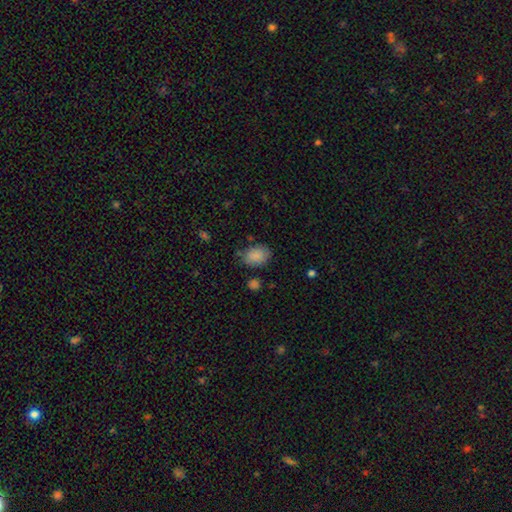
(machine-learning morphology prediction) Overall: smooth (87%). How rounded: in between (76%). Merging: none (73%).